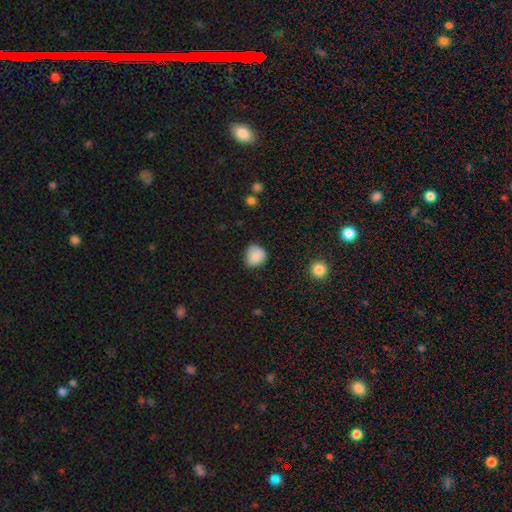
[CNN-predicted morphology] This is clearly a smooth galaxy (87%). How rounded: likely round (71%). Merging: likely none (70%).